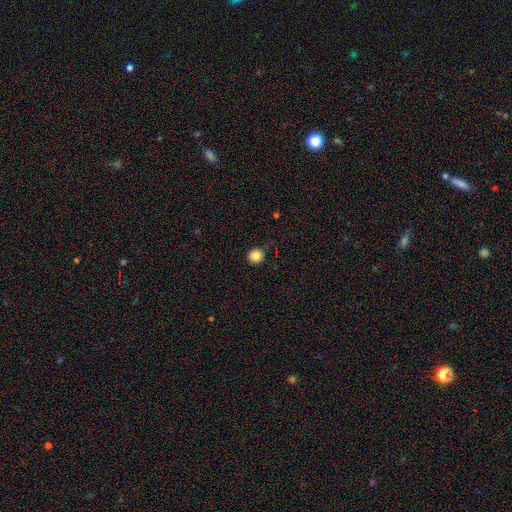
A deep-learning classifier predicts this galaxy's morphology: smooth 84%, star or artifact 11%, featured or disk 5%. Down the decision tree: how rounded — round (92%); merging — none (88%).